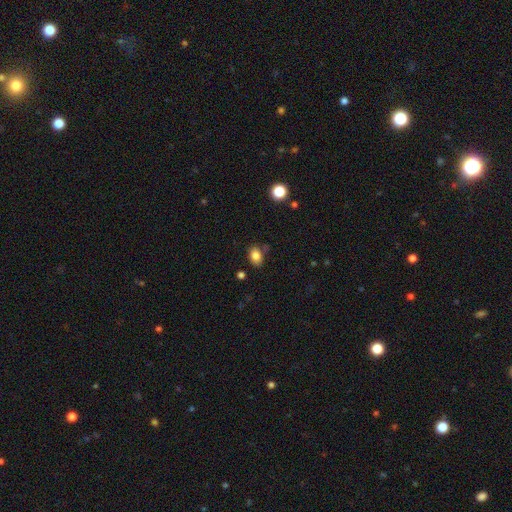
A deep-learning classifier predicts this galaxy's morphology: Smooth or featured?
  - smooth: 83% *
  - star or artifact: 10%
  - featured or disk: 7%
How rounded?
  - in between: 76% *
  - round: 23%
  - cigar-shaped: 1%
Merging?
  - none: 75% *
  - minor disturbance: 17%
  - merger: 5%
  - major disturbance: 4%